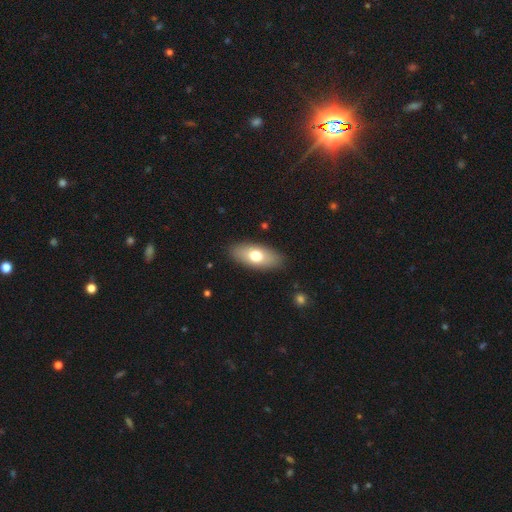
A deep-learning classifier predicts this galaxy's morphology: Q: Smooth or featured?
A: smooth (69%); runner-up: featured or disk (25%)
Q: How rounded?
A: in between (85%); runner-up: cigar-shaped (11%)
Q: Merging?
A: none (87%); runner-up: minor disturbance (9%)